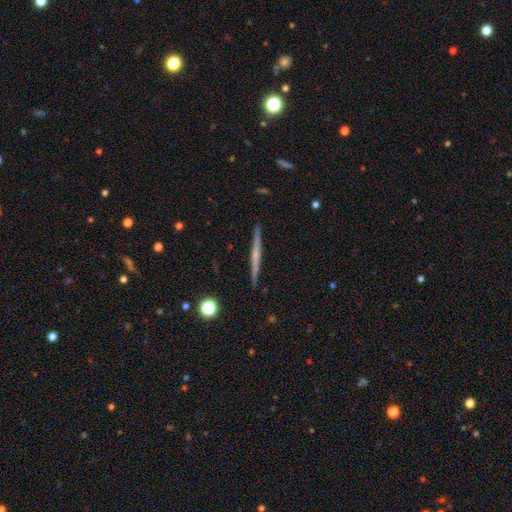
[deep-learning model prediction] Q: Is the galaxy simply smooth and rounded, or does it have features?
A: featured or disk — 62%.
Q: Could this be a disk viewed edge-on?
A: yes — 98%.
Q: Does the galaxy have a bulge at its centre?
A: none — 67%.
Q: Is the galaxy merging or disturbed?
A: none — 92%.